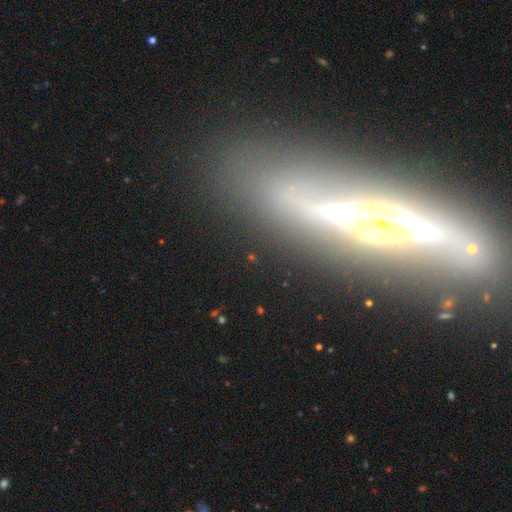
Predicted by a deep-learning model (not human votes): The model was most divided on "edge-on bulge": rounded: 49%, none: 33%, boxy: 18%. More confident: edge-on disk — yes (79%); merging — none (74%); smooth or featured — featured or disk (73%).